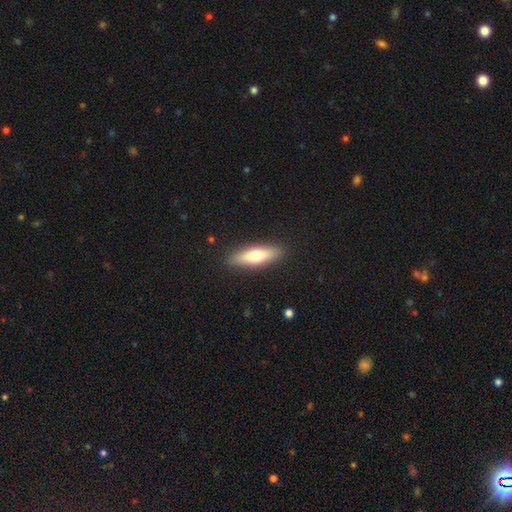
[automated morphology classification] smooth 65%, featured or disk 29%, star or artifact 6%. Down the decision tree: how rounded — cigar-shaped (58%); merging — none (89%).